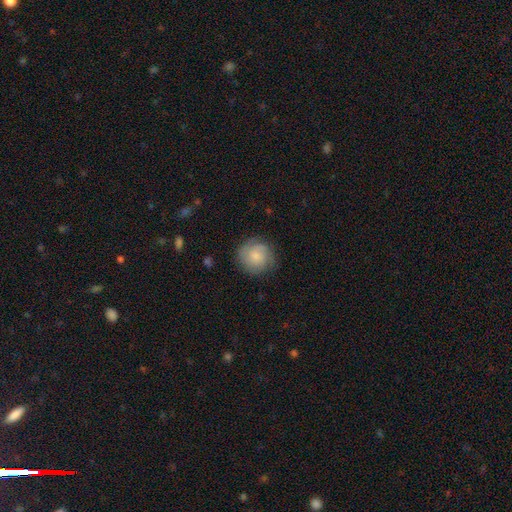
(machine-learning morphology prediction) This is likely a smooth galaxy (64%). How rounded: clearly round (91%). Merging: likely none (75%).